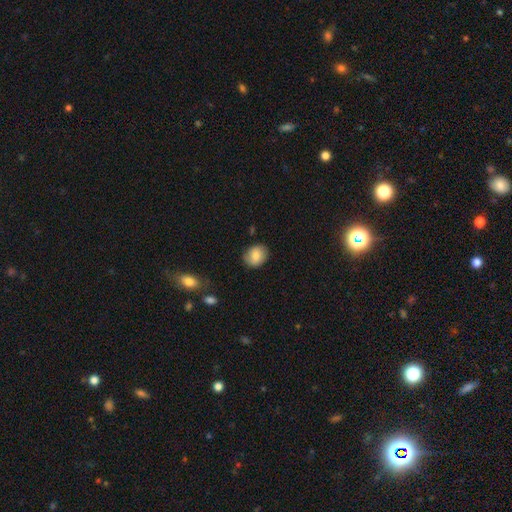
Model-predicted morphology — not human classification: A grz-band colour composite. It shows a smooth galaxy with no disk features (79%) that is round (55%). Merging: none (84%).